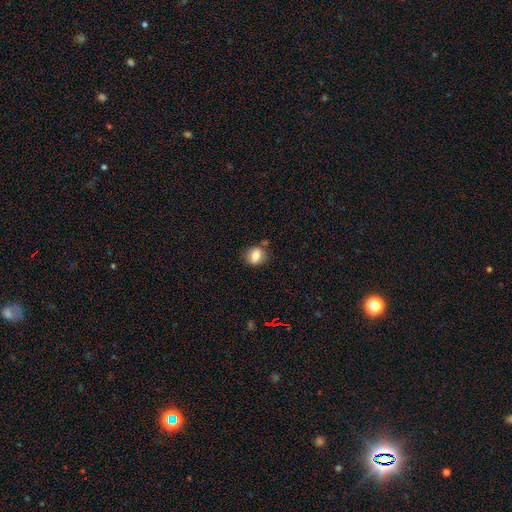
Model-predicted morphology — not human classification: This is likely a smooth galaxy (76%). How rounded: likely round (61%). Merging: likely none (77%).